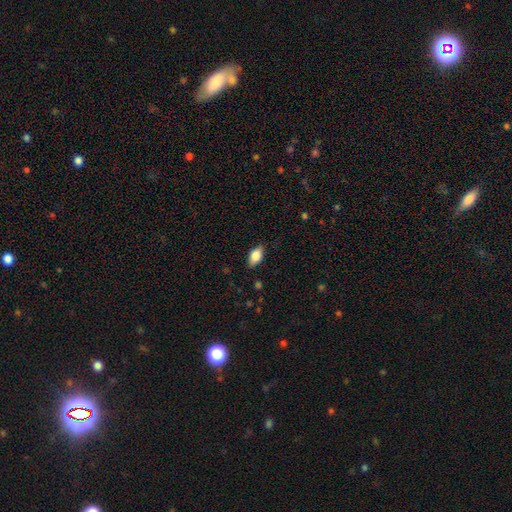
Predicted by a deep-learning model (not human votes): Morphology: type=smooth (79%); roundness=in between (89%); merging=none (84%).